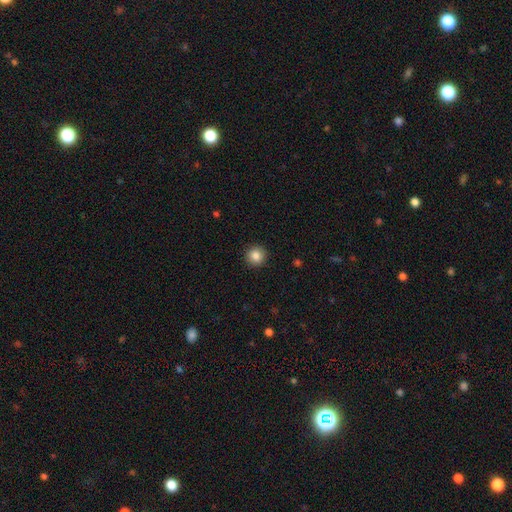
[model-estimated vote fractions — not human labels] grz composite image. It shows a smooth galaxy with no disk features (85%) that is round (94%). Merging: none (92%).